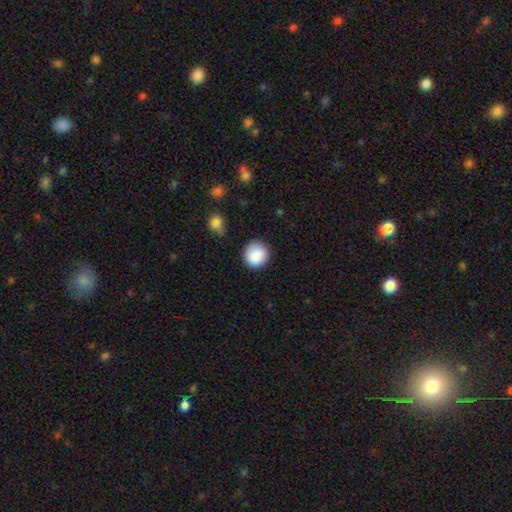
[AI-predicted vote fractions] This appears to be a smooth galaxy with no disk features (88%) that is round (93%). Merging: none (88%).